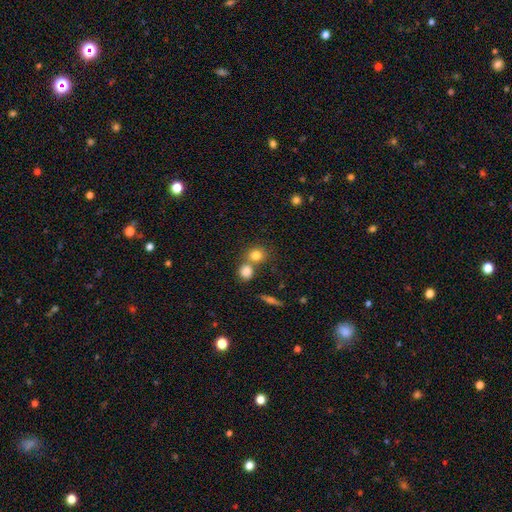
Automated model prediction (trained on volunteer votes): smooth_or_featured: smooth (p=0.80) [alt: star or artifact p=0.11]
how_rounded: round (p=0.82) [alt: in between p=0.17]
merging: none (p=0.52) [alt: merger p=0.37]